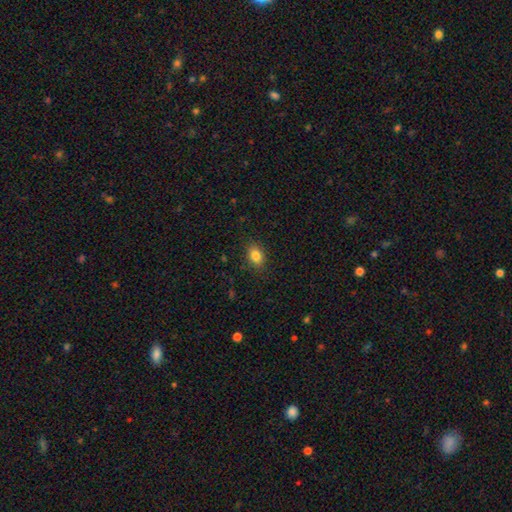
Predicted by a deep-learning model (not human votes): A smooth galaxy with no disk features (84%) that is in between round and cigar-shaped (77%). Merging: none (87%).